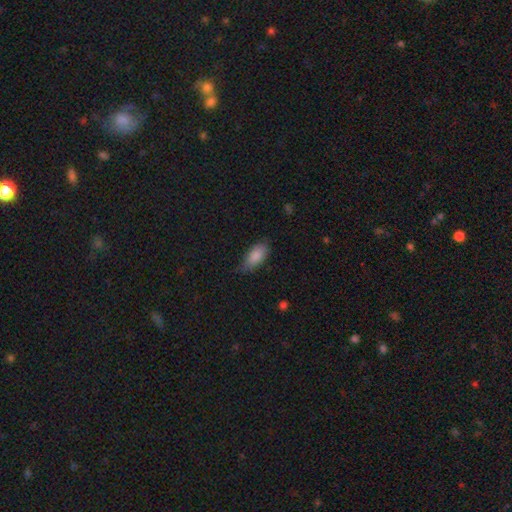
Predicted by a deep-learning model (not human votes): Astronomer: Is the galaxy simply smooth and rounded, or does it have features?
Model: smooth — 86%.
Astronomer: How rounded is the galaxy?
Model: in between — 88%.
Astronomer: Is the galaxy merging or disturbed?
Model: none — 64%.